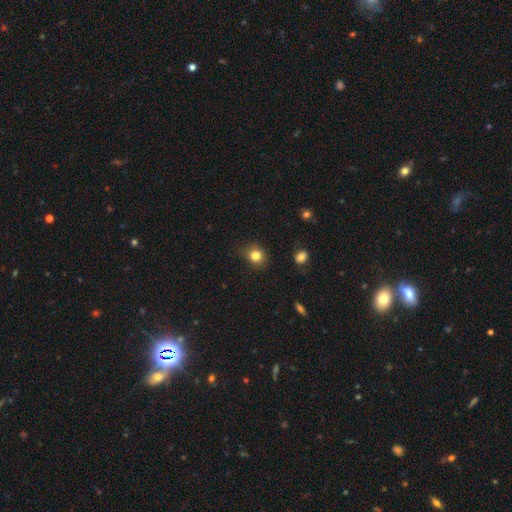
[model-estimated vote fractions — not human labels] A smooth galaxy with no disk features (82%) that is round (76%).

Vote fractions:
- Smooth or featured? smooth: 82% / star or artifact: 12% / featured or disk: 6%
- How rounded? round: 76% / in between: 23% / cigar-shaped: 1%
- Merging? none: 79% / minor disturbance: 16% / major disturbance: 4% / merger: 1%